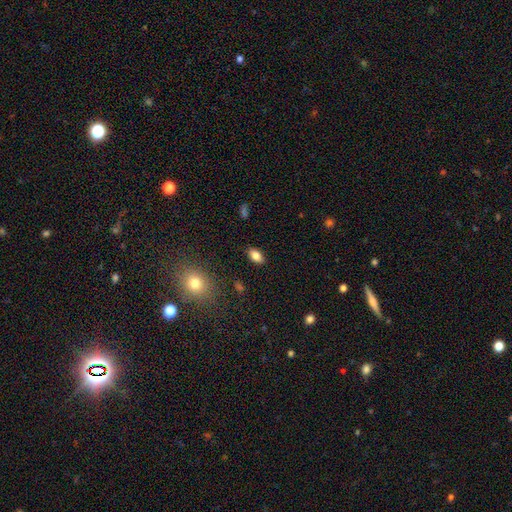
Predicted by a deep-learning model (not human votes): smooth-or-featured: smooth: 82% | star or artifact: 9% | featured or disk: 8%
  how-rounded: in between: 90% | round: 7% | cigar-shaped: 3%
  merging: none: 87% | minor disturbance: 10% | major disturbance: 2% | merger: 1%